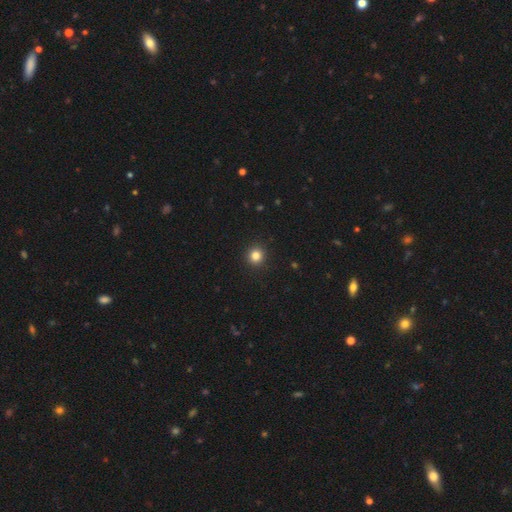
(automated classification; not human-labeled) A smooth galaxy with no disk features (83%) that is round (94%).

Vote fractions:
- Smooth or featured? smooth: 83% / star or artifact: 13% / featured or disk: 4%
- How rounded? round: 94% / in between: 5% / cigar-shaped: 1%
- Merging? none: 93% / minor disturbance: 4% / major disturbance: 2% / merger: 1%